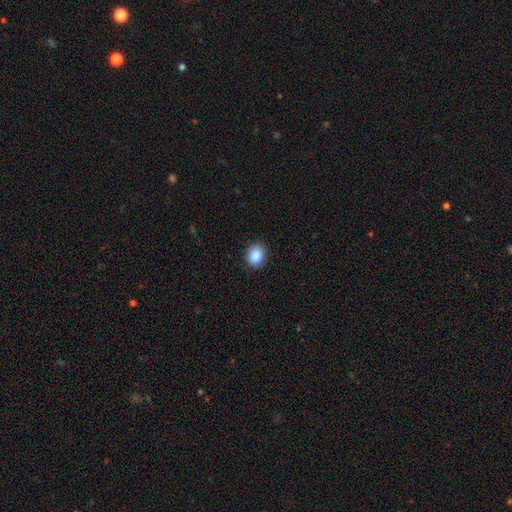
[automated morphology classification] This appears to be a smooth galaxy with no disk features (89%) that is round (53%). Merging: none (90%).